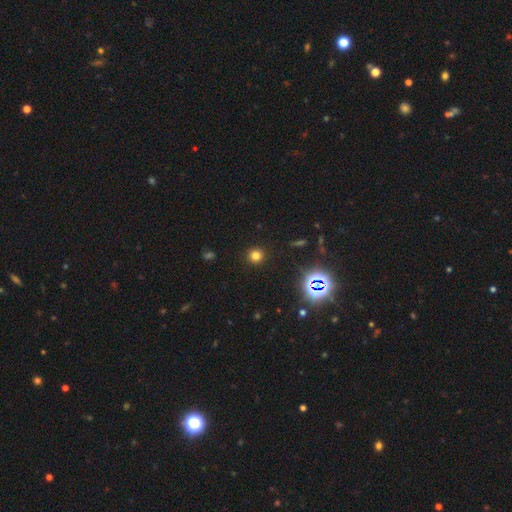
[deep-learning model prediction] A smooth galaxy with no disk features (73%) that is round (93%). Merging: none (91%).